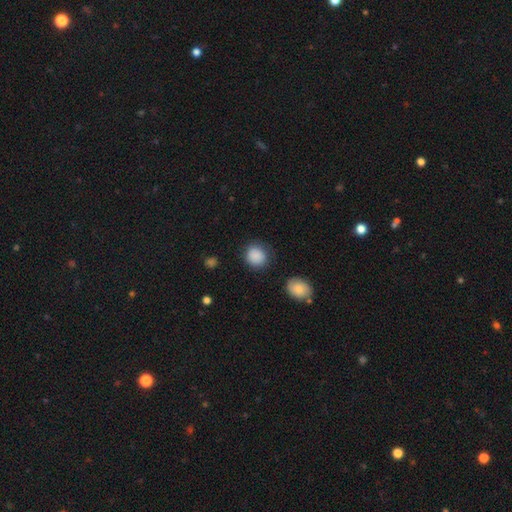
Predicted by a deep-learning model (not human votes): A smooth galaxy with no disk features (89%) that is round (83%). Merging: none (80%).